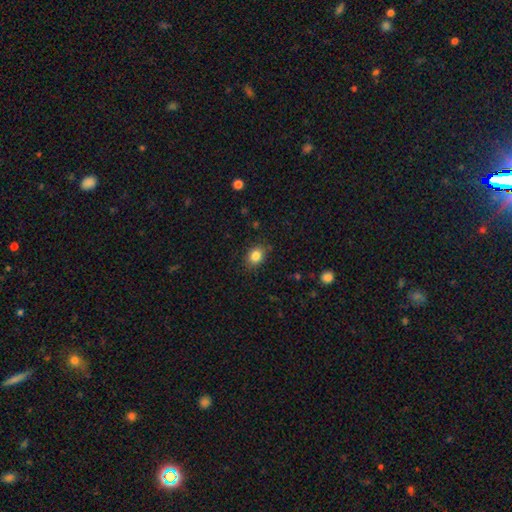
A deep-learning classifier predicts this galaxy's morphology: The model was most divided on "how rounded": in between: 55%, round: 44%, cigar-shaped: 1%. More confident: smooth or featured — smooth (85%); merging — none (84%).